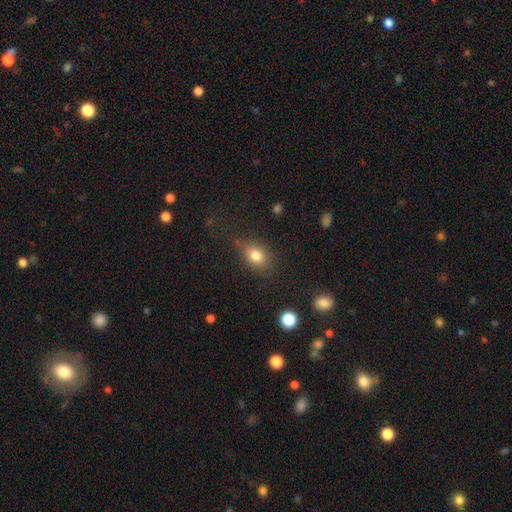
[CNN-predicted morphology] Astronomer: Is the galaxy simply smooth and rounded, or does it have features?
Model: smooth — 80%.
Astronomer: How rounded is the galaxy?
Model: in between — 72%.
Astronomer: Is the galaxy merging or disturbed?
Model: none — 72%.